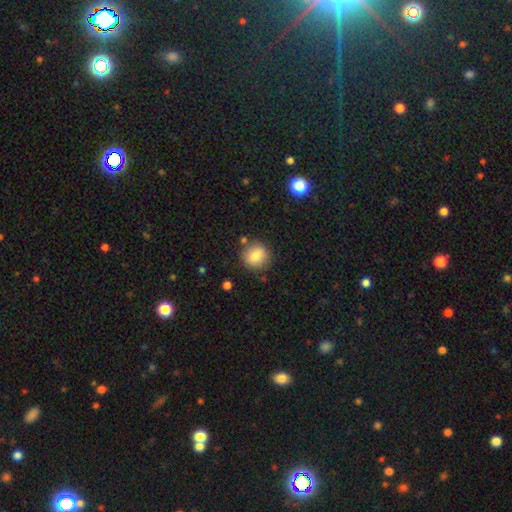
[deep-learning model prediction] The model was most divided on "smooth or featured": smooth: 81%, featured or disk: 10%, star or artifact: 9%. More confident: how rounded — round (87%); merging — none (84%).